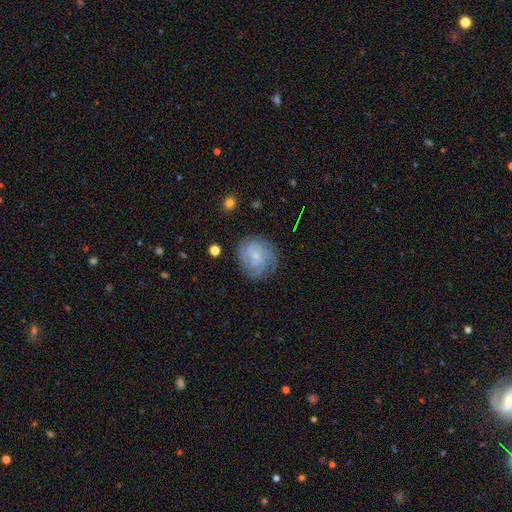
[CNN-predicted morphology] Overall: featured or disk (67%). Edge-on disk: no (98%). Bar: no (63%; weak 33%). Spiral arms: yes (92%). Spiral arm count: can't tell (39%; 3 20%). Spiral winding: tight (61%; medium 30%). Bulge size: small (67%). Merging: none (76%).